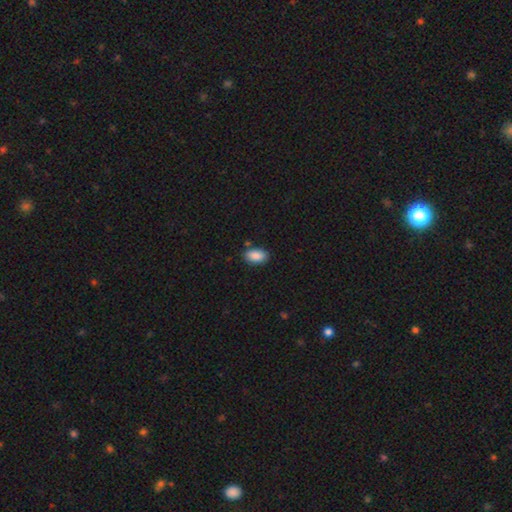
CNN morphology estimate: smooth 89%, star or artifact 7%, featured or disk 4%. Down the decision tree: how rounded — in between (93%); merging — none (85%).